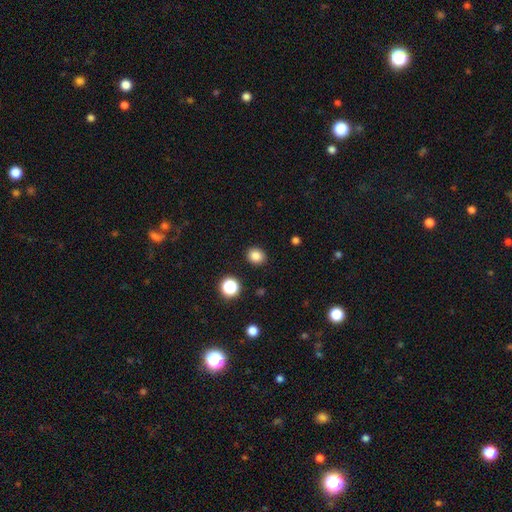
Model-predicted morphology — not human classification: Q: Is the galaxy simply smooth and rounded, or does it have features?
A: smooth — 84%.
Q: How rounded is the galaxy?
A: round — 70%.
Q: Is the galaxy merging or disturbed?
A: none — 90%.